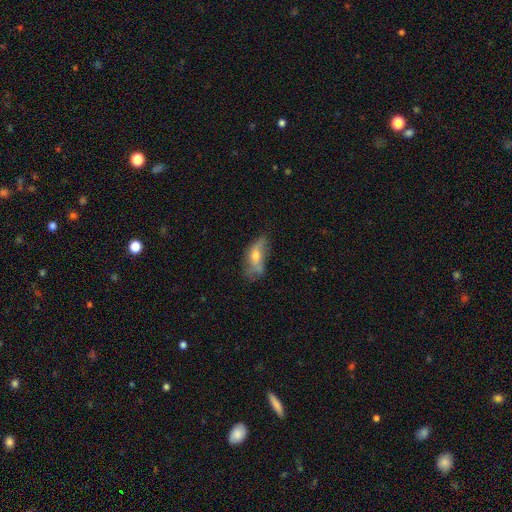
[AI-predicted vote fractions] Q: Smooth or featured?
A: smooth (46%); runner-up: featured or disk (45%)
Q: Merging?
A: none (41%); runner-up: minor disturbance (33%)